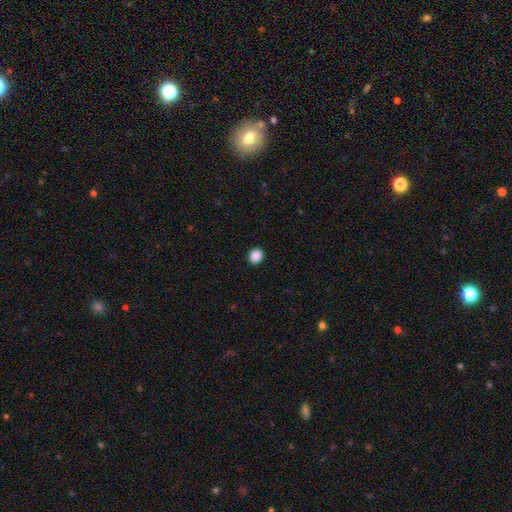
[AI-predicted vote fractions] Smooth or featured?
  - smooth: 89% *
  - star or artifact: 9%
  - featured or disk: 2%
How rounded?
  - round: 73% *
  - in between: 27%
  - cigar-shaped: 1%
Merging?
  - none: 92% *
  - minor disturbance: 5%
  - major disturbance: 2%
  - merger: 1%